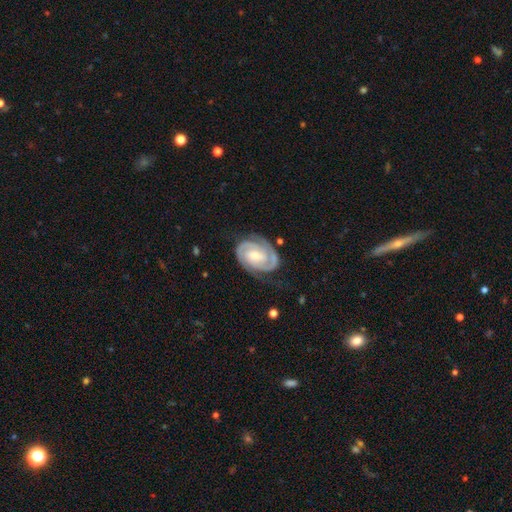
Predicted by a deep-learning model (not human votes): featured or disk 90%, smooth 6%, star or artifact 4%. Down the decision tree: edge-on disk — no (98%); bar — no (44%); spiral arms — yes (98%); spiral arm count — 2 (89%); spiral winding — tight (67%); bulge size — moderate (48%); merging — none (76%).